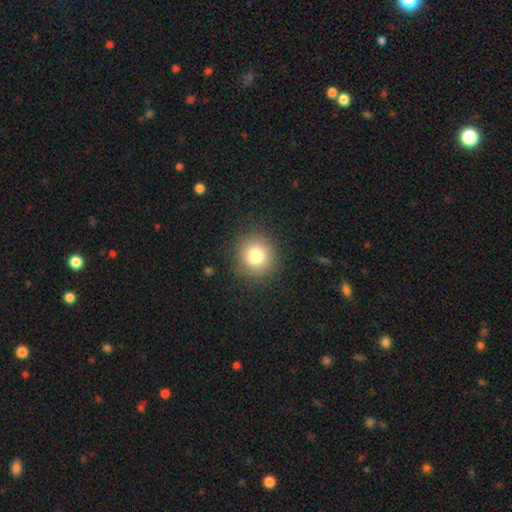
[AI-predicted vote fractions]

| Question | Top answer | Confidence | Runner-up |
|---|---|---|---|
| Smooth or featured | smooth | 79% | star or artifact (12%) |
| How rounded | round | 93% | in between (6%) |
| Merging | none | 89% | minor disturbance (7%) |